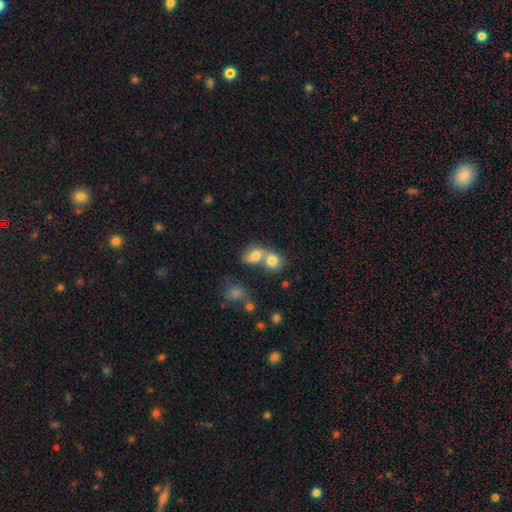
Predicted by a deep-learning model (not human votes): Smooth or featured?
  - smooth: 72% *
  - featured or disk: 18%
  - star or artifact: 10%
How rounded?
  - in between: 58% *
  - round: 40%
  - cigar-shaped: 2%
Merging?
  - merger: 70% *
  - none: 19%
  - minor disturbance: 6%
  - major disturbance: 4%